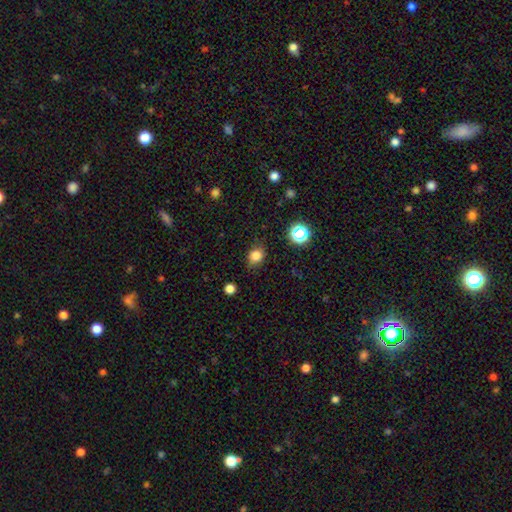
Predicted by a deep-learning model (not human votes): Overall: smooth (82%). How rounded: round (60%; in between 39%). Merging: none (80%).